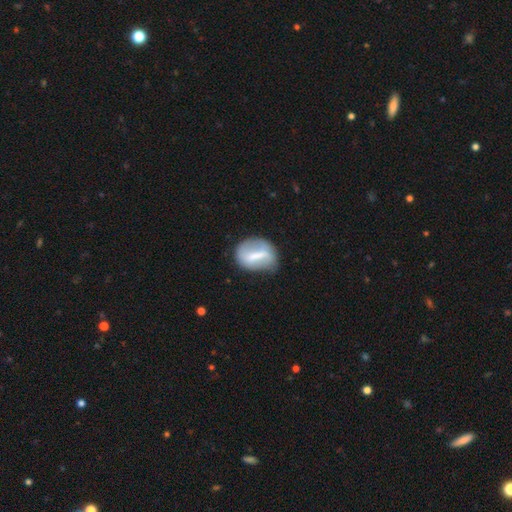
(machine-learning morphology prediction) A featured or disk galaxy (48%).

Vote fractions:
- Smooth or featured? featured or disk: 48% / smooth: 45% / star or artifact: 7%
- Merging? none: 61% / minor disturbance: 25% / major disturbance: 11% / merger: 3%